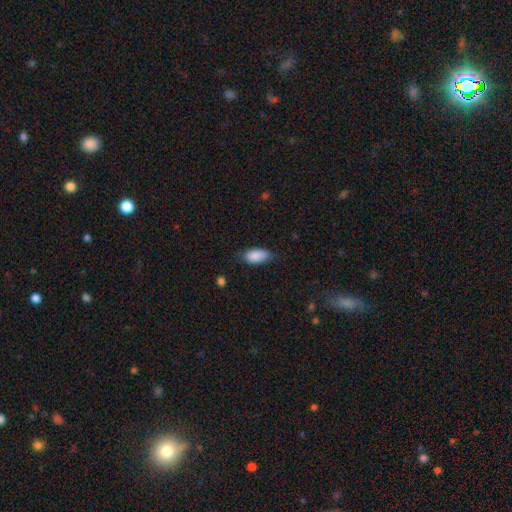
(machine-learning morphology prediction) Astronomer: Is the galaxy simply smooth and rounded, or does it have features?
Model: smooth — 87%.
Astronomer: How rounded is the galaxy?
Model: in between — 91%.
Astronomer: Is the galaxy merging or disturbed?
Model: none — 71%.